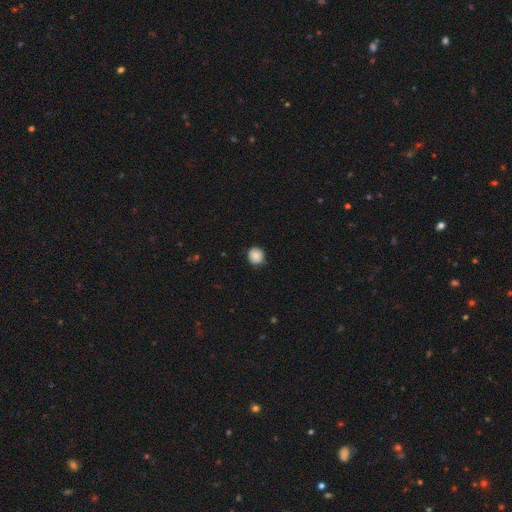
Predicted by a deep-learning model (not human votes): Smooth or featured: smooth — 86% (star or artifact — 8%)
How rounded: round — 89% (in between — 10%)
Merging: none — 82% (minor disturbance — 14%)